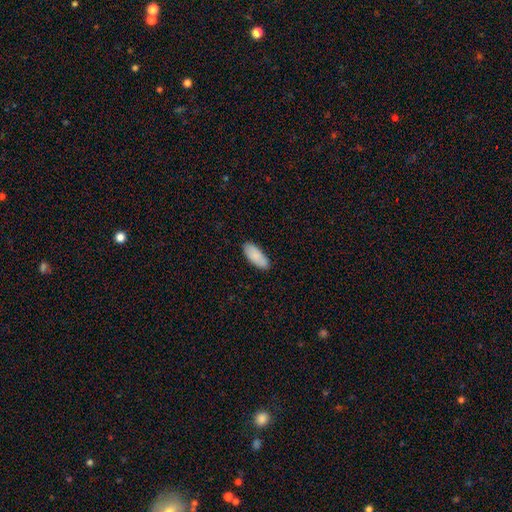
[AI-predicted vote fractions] Smooth or featured: smooth — 88% (featured or disk — 6%)
How rounded: in between — 85% (cigar-shaped — 14%)
Merging: none — 86% (minor disturbance — 11%)